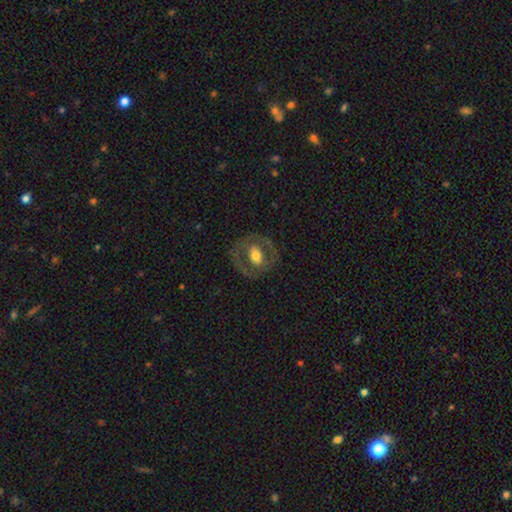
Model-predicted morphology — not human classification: The model was most divided on "smooth or featured": featured or disk: 56%, smooth: 38%, star or artifact: 7%. More confident: edge-on disk — no (94%); spiral arms — no (79%); merging — none (76%); bulge size — moderate (64%); bar — no (55%).